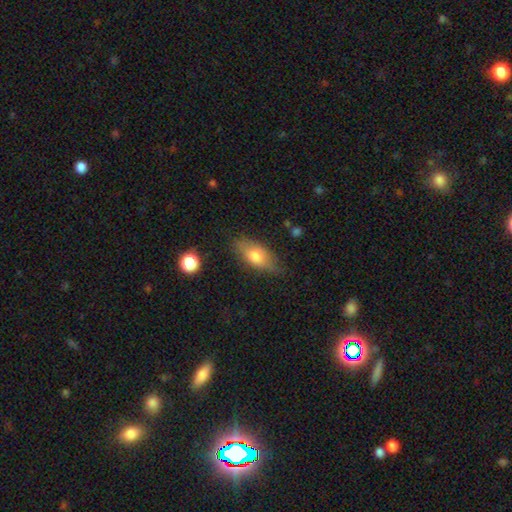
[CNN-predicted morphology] This is likely a smooth galaxy (70%). How rounded: clearly in between (82%). Merging: likely none (73%).